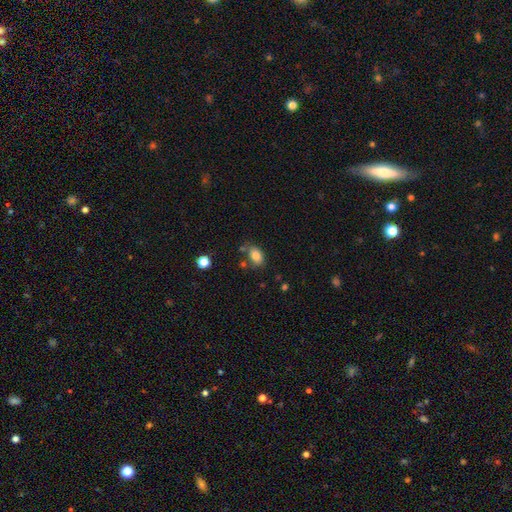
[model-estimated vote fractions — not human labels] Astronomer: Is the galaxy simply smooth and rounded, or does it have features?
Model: smooth — 82%.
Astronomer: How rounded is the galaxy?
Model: in between — 84%.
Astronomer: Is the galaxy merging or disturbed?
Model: none — 69%.